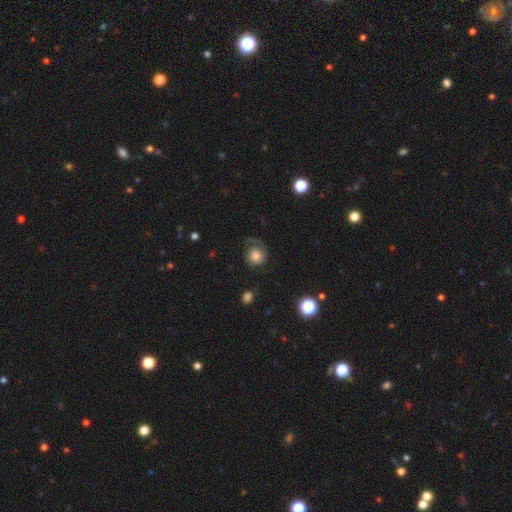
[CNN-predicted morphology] Smooth or featured? smooth (59%)
How rounded? round (79%)
Merging? none (49%)